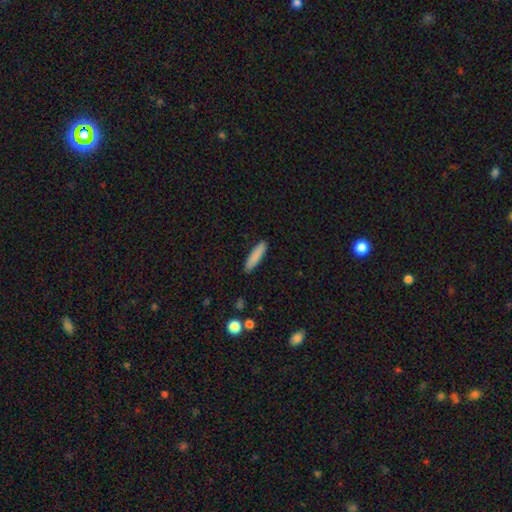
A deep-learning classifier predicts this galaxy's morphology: Smooth or featured: smooth — 85% (featured or disk — 9%)
How rounded: cigar-shaped — 80% (in between — 19%)
Merging: none — 89% (minor disturbance — 8%)